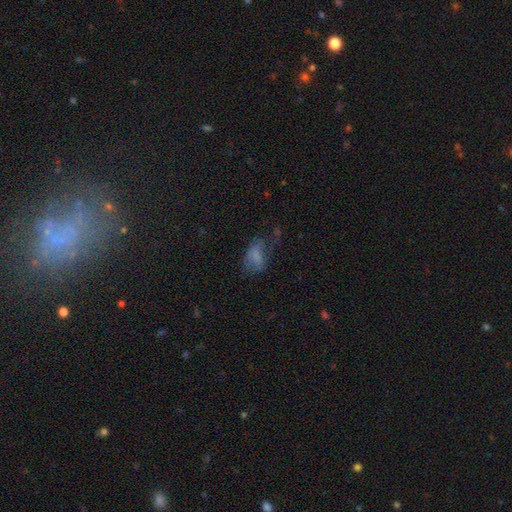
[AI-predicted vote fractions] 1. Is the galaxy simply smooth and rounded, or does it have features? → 61% smooth, 24% featured or disk, 15% star or artifact.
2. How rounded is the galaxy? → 88% in between, 8% round, 4% cigar-shaped.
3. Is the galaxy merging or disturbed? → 39% major disturbance, 31% none, 26% minor disturbance, 4% merger.